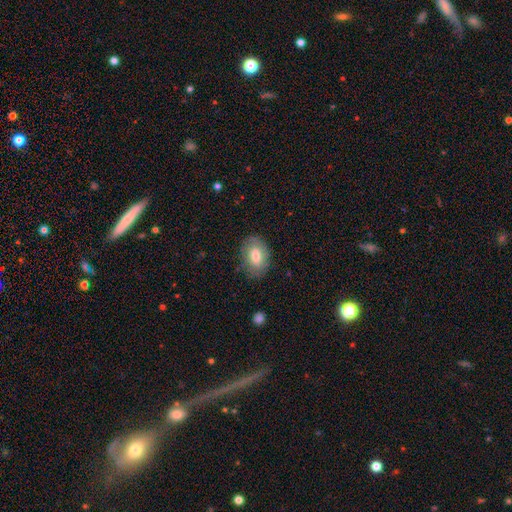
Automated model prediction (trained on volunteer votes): Morphology: type=smooth (72%); roundness=in between (82%); merging=none (76%).